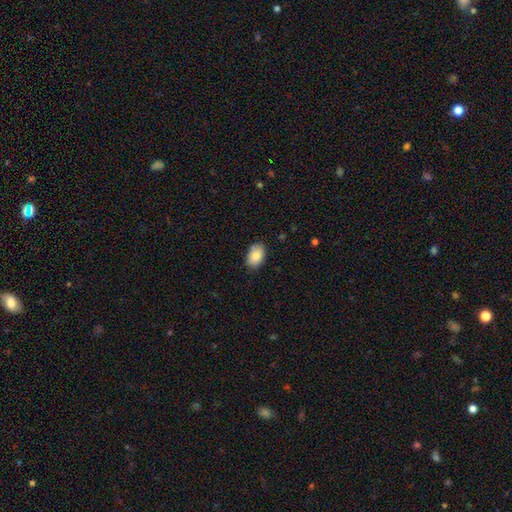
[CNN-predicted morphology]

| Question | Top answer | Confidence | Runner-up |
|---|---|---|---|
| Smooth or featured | smooth | 86% | star or artifact (7%) |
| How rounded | in between | 89% | round (10%) |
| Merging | none | 83% | minor disturbance (13%) |